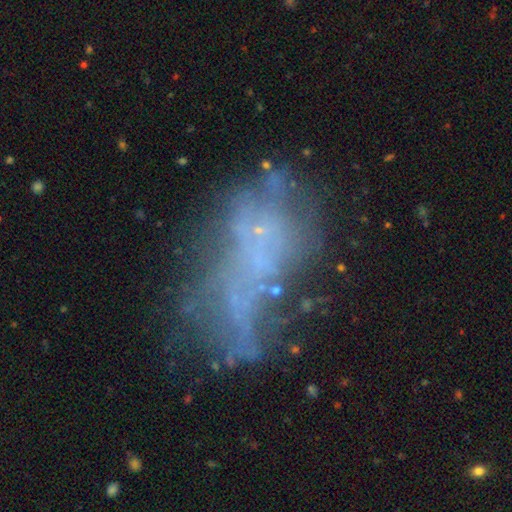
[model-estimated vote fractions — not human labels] The model was most divided on "merging": major disturbance: 34%, none: 32%, minor disturbance: 17%, merger: 17%. More confident: edge-on disk — no (94%); smooth or featured — featured or disk (51%).